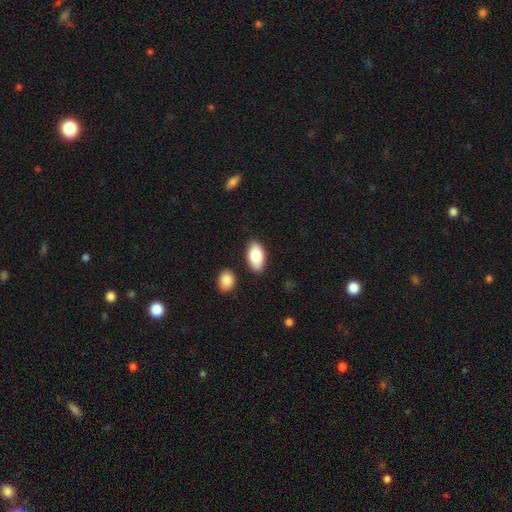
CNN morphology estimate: The model was most divided on "smooth or featured": smooth: 83%, featured or disk: 11%, star or artifact: 6%. More confident: how rounded — in between (94%); merging — none (84%).